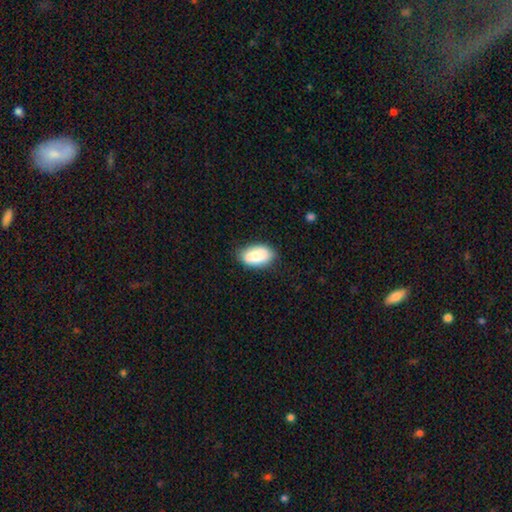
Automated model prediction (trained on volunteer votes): Smooth or featured? Predicted: smooth (p=0.78). How rounded? Predicted: in between (p=0.92). Merging? Predicted: none (p=0.80).